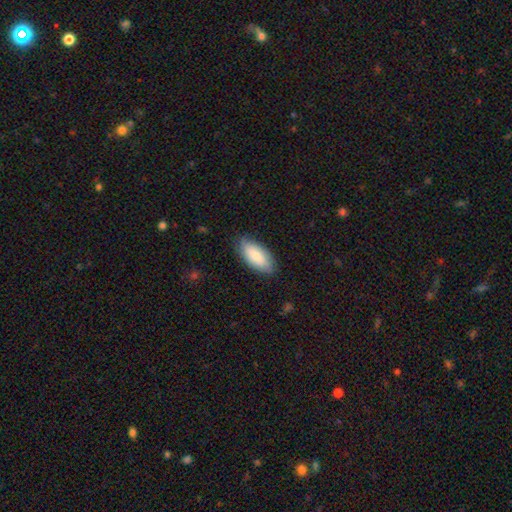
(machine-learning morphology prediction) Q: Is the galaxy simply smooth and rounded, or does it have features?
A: smooth — 84%.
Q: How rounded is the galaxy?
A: in between — 88%.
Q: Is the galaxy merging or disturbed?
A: none — 82%.